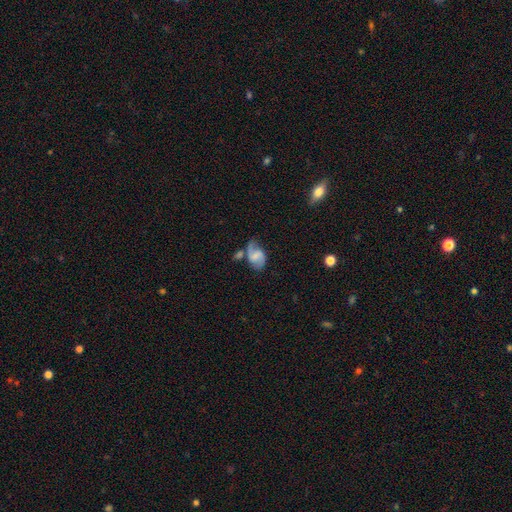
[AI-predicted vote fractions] Overall: featured or disk (69%). Edge-on disk: no (97%). Bar: weak (50%; no 33%). Spiral arms: yes (92%). Spiral arm count: 2 (83%). Spiral winding: medium (45%; loose 40%). Bulge size: small (41%; none 29%). Merging: none (50%; minor disturbance 23%).